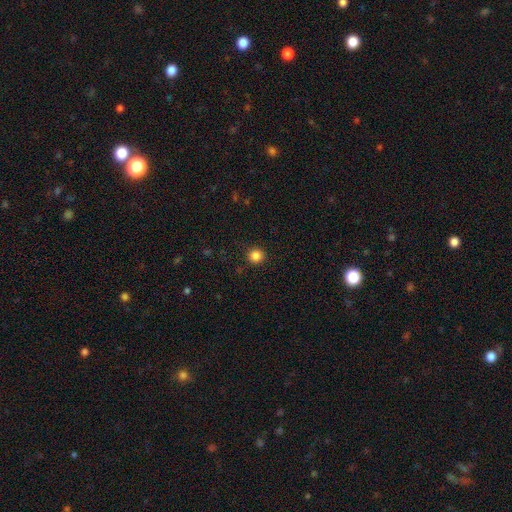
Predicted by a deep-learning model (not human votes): smooth 85%, star or artifact 12%, featured or disk 3%. Down the decision tree: how rounded — round (94%); merging — none (91%).